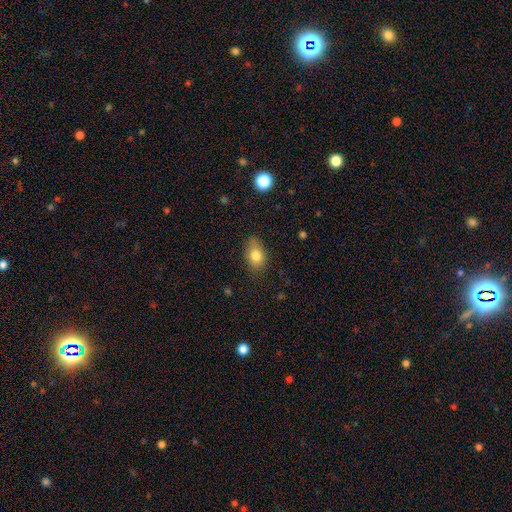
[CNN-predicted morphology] A smooth galaxy with no disk features (81%) that is in between round and cigar-shaped (82%). Merging: none (76%).